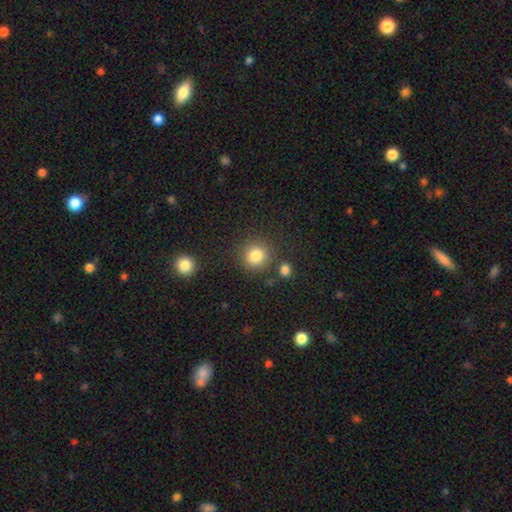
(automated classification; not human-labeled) This is clearly a smooth galaxy (83%). How rounded: clearly round (88%). Merging: clearly none (82%).